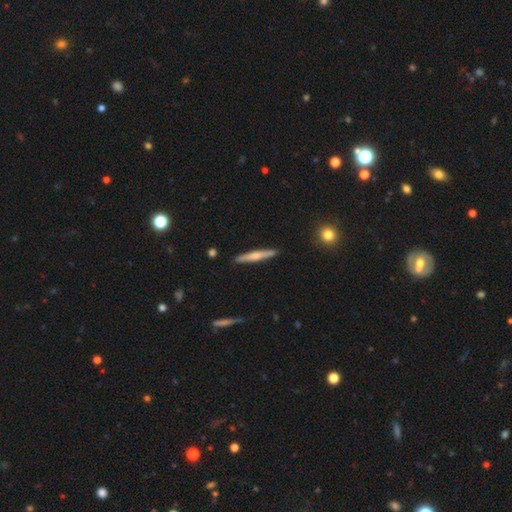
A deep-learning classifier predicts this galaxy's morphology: Q: Smooth or featured?
A: smooth (49%); runner-up: featured or disk (46%)
Q: Merging?
A: none (90%); runner-up: minor disturbance (7%)